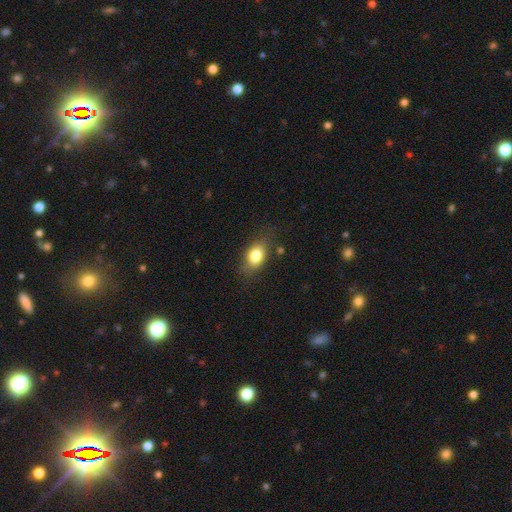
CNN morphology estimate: smooth_or_featured: smooth (p=0.79) [alt: featured or disk p=0.12]
how_rounded: in between (p=0.79) [alt: round p=0.18]
merging: none (p=0.74) [alt: minor disturbance p=0.18]